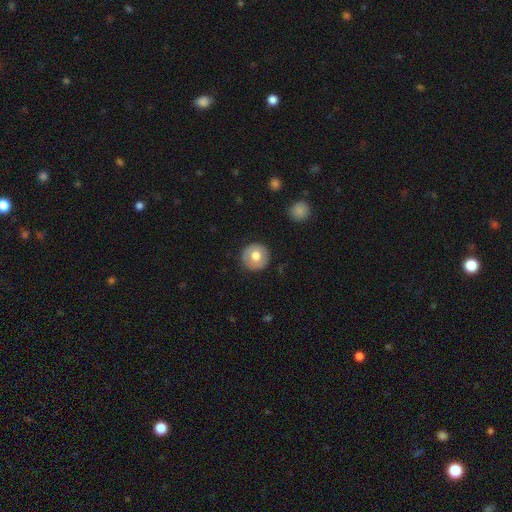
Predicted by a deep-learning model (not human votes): This appears to be a smooth galaxy with no disk features (70%) that is round (94%). Merging: none (89%).